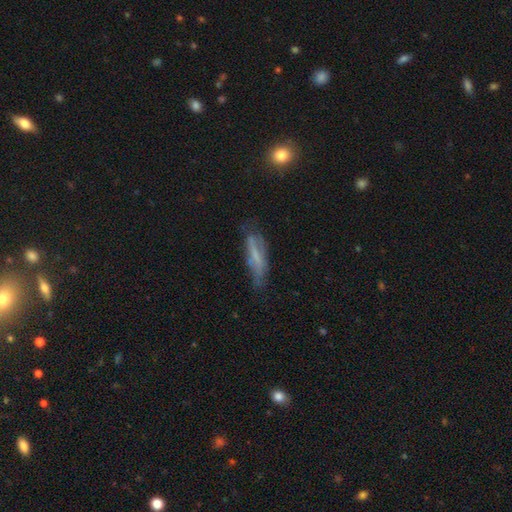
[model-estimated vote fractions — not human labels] This appears to be a smooth galaxy with no disk features (45%). Merging: none (47%).